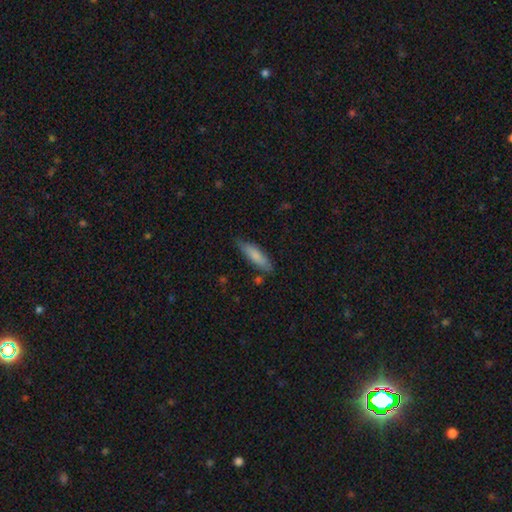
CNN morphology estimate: smooth 79%, featured or disk 15%, star or artifact 6%. Down the decision tree: how rounded — cigar-shaped (64%); merging — none (76%).